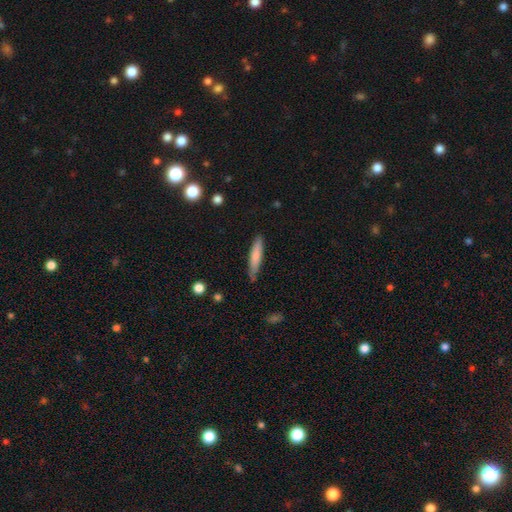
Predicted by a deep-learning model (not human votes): Q: Smooth or featured?
A: smooth (75%); runner-up: featured or disk (19%)
Q: How rounded?
A: cigar-shaped (85%); runner-up: in between (13%)
Q: Merging?
A: none (80%); runner-up: minor disturbance (15%)